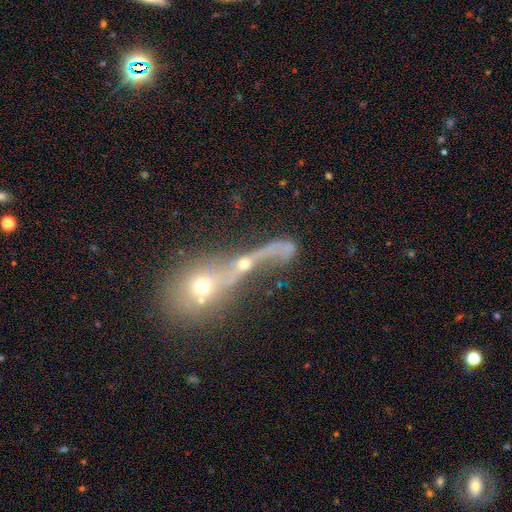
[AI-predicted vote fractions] A featured or disk galaxy (50%).

Vote fractions:
- Smooth or featured? featured or disk: 50% / smooth: 31% / star or artifact: 19%
- Edge-on disk? no: 82% / yes: 18%
- Merging? merger: 72% / major disturbance: 12% / none: 11% / minor disturbance: 5%